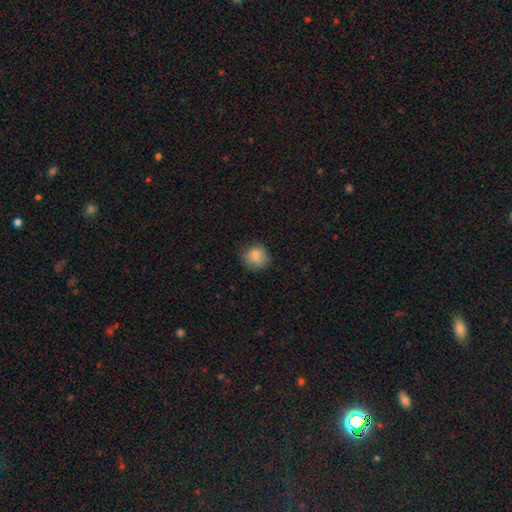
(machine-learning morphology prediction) This appears to be a smooth galaxy with no disk features (84%) that is round (88%). Merging: none (79%).